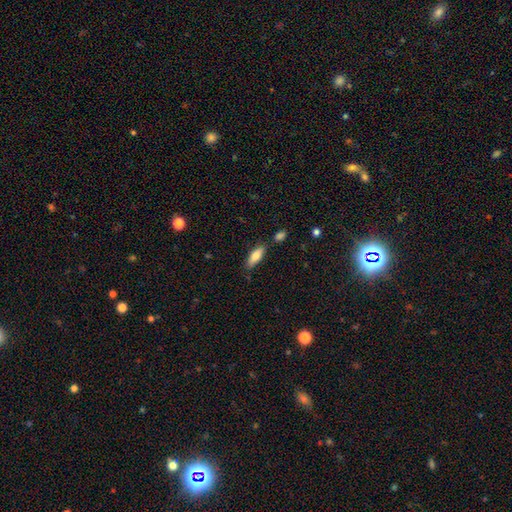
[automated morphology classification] Q: Smooth or featured?
A: smooth (75%); runner-up: featured or disk (18%)
Q: How rounded?
A: in between (56%); runner-up: cigar-shaped (42%)
Q: Merging?
A: none (79%); runner-up: minor disturbance (13%)